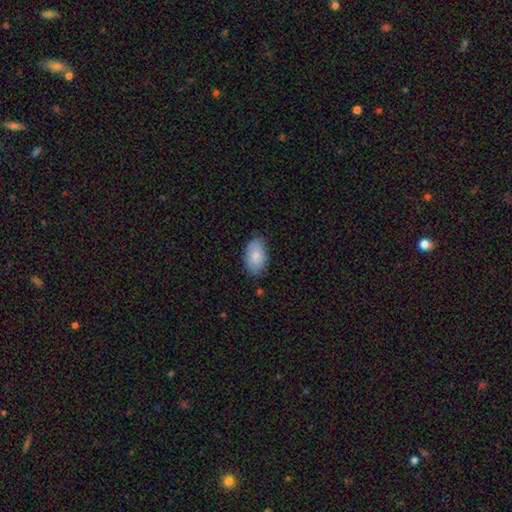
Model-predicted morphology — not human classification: Overall: smooth (83%). How rounded: in between (93%). Merging: none (81%).